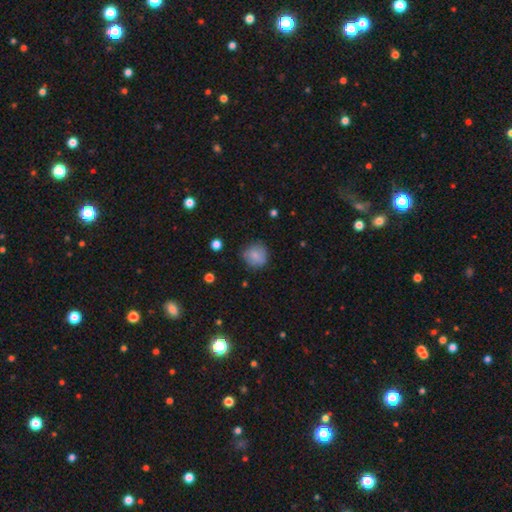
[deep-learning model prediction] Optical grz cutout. It shows a smooth galaxy with no disk features (79%) that is round (86%). Merging: none (74%).